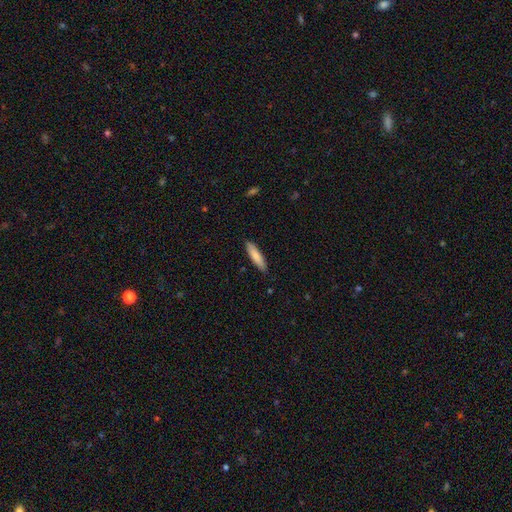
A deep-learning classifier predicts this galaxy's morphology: smooth 81%, featured or disk 13%, star or artifact 5%. Down the decision tree: how rounded — cigar-shaped (78%); merging — none (88%).